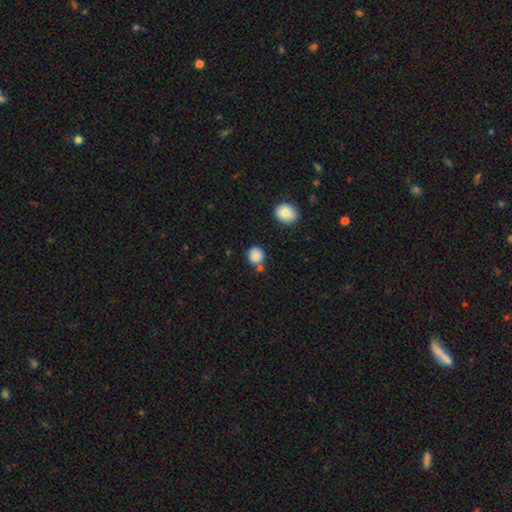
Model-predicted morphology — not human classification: A smooth galaxy with no disk features (85%) that is round (87%).

Vote fractions:
- Smooth or featured? smooth: 85% / star or artifact: 10% / featured or disk: 5%
- How rounded? round: 87% / in between: 12% / cigar-shaped: 1%
- Merging? none: 73% / minor disturbance: 12% / merger: 12% / major disturbance: 3%